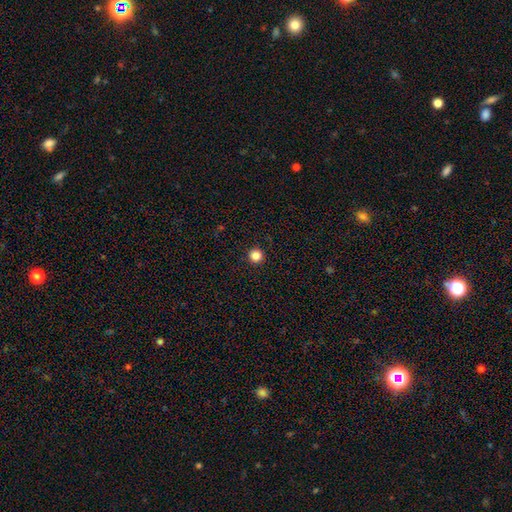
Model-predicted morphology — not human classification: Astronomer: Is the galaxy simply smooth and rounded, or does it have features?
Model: smooth — 85%.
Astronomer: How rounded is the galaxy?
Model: round — 97%.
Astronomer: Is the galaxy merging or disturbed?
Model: none — 94%.